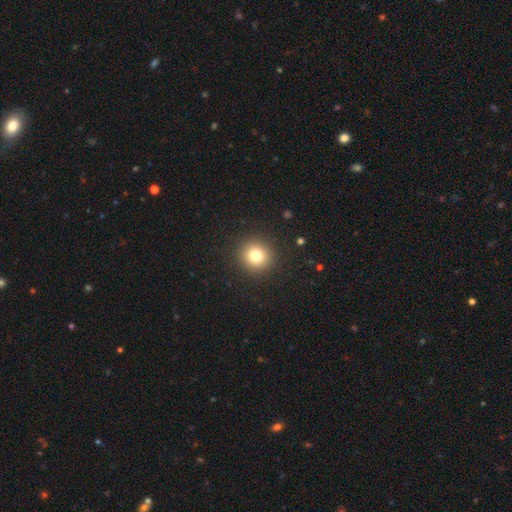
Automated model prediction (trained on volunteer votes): This appears to be a smooth galaxy with no disk features (78%) that is round (94%). Merging: none (92%).